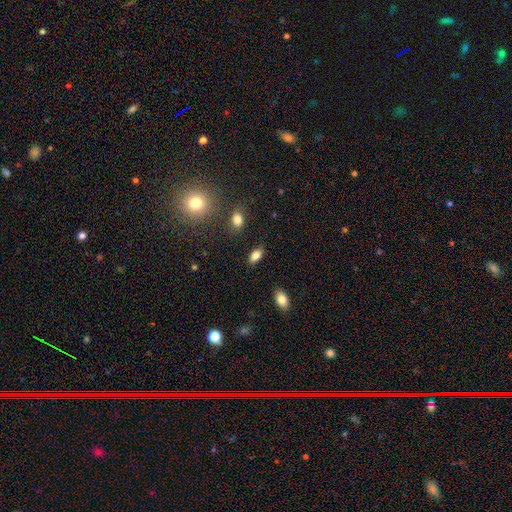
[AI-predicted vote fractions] Smooth or featured? smooth (82%)
How rounded? in between (89%)
Merging? none (86%)